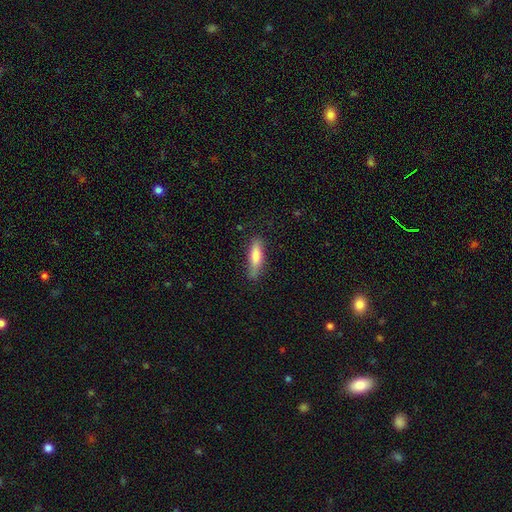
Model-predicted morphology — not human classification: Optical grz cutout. It shows a smooth galaxy with no disk features (77%) that is cigar-shaped (62%). Merging: none (74%).